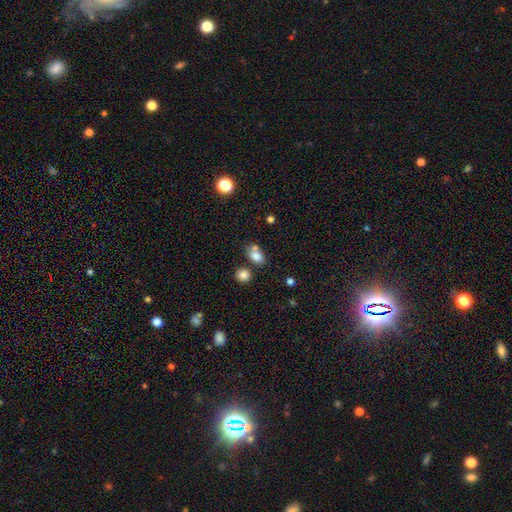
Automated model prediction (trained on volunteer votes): Morphology: type=smooth (80%); roundness=in between (72%); merging=none (50%).